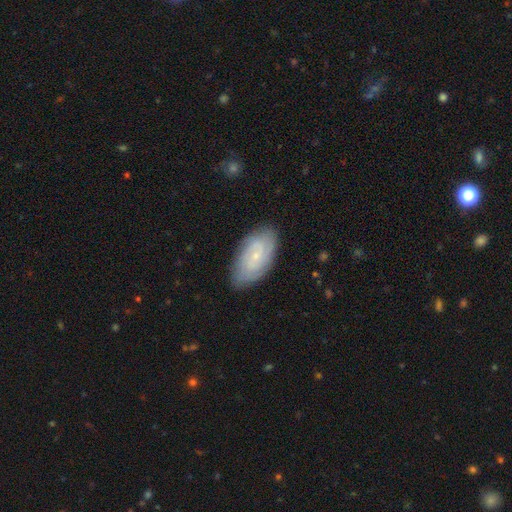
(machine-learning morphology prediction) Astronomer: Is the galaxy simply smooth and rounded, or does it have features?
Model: featured or disk — 63%.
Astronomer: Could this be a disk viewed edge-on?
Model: no — 94%.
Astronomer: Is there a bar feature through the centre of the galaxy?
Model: no — 66%.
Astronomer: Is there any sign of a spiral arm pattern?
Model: yes — 87%.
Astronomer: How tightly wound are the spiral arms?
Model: tight — 64%.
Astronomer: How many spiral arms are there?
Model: can't tell — 44% (runner-up: 2, 31%).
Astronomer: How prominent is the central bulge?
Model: small — 79%.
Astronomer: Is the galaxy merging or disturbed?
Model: none — 80%.